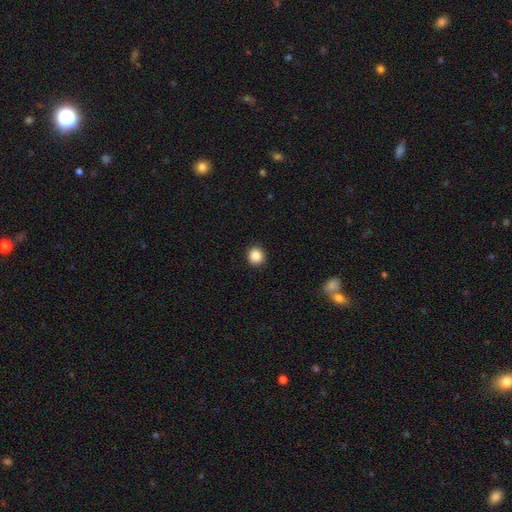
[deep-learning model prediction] smooth 88%, star or artifact 10%, featured or disk 3%. Down the decision tree: how rounded — round (89%); merging — none (91%).